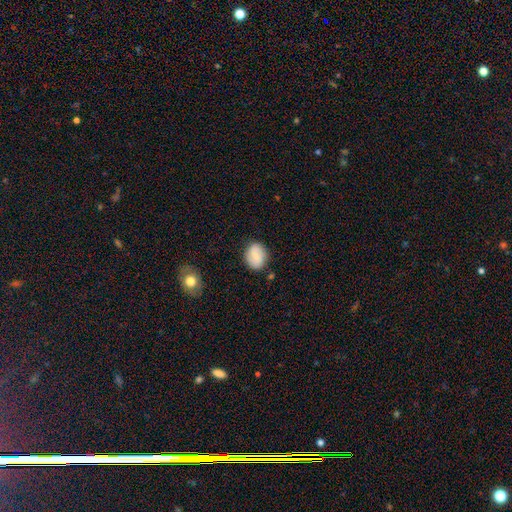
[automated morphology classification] smooth 71%, featured or disk 21%, star or artifact 7%. Down the decision tree: how rounded — round (50%); merging — none (81%).